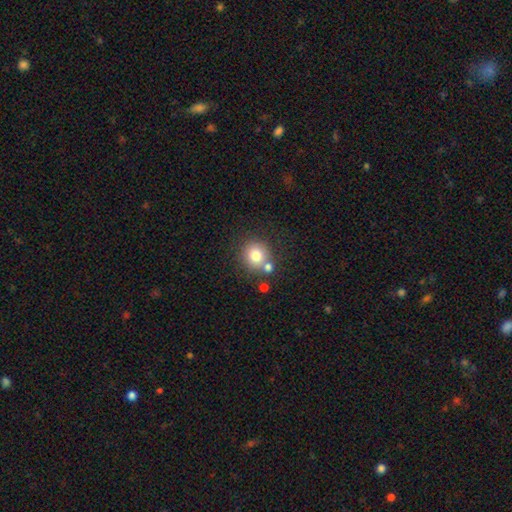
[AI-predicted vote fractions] smooth-or-featured: smooth: 78% | star or artifact: 11% | featured or disk: 11%
  how-rounded: round: 87% | in between: 12% | cigar-shaped: 1%
  merging: none: 66% | merger: 20% | minor disturbance: 10% | major disturbance: 4%